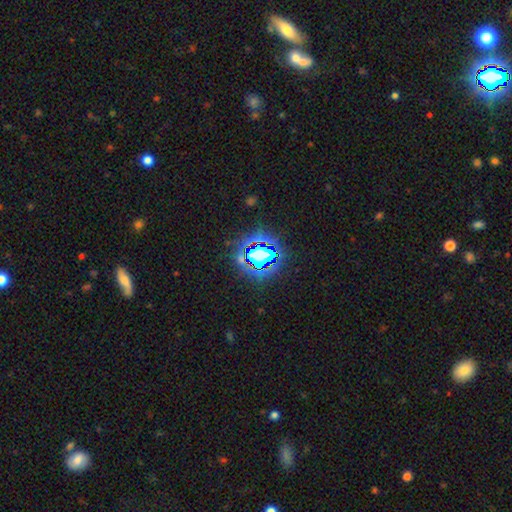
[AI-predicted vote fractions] smooth-or-featured: star or artifact: 64% | smooth: 23% | featured or disk: 12%